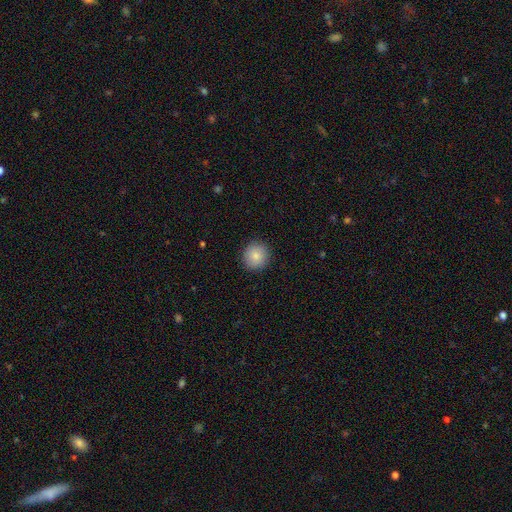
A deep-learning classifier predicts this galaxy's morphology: Smooth or featured: smooth — 85% (star or artifact — 8%)
How rounded: round — 92% (in between — 7%)
Merging: none — 91% (minor disturbance — 7%)